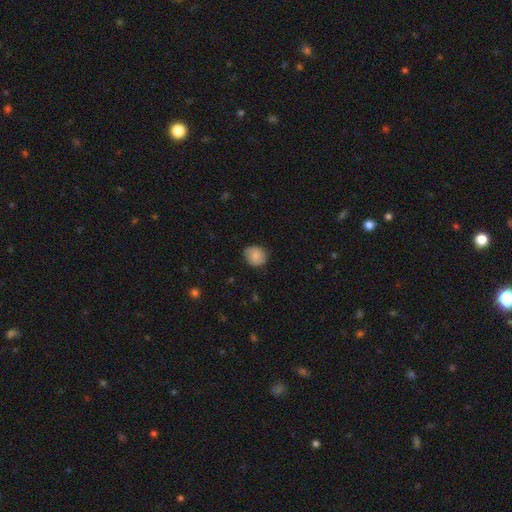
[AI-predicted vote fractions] The model was most divided on "merging": none: 75%, minor disturbance: 20%, major disturbance: 4%, merger: 1%. More confident: how rounded — round (79%); smooth or featured — smooth (76%).